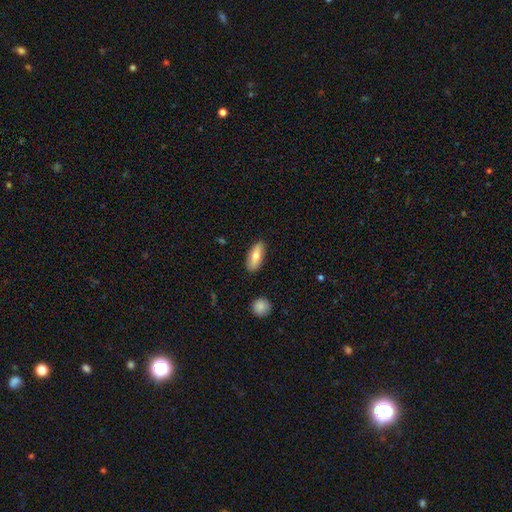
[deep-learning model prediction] Morphology: type=smooth (68%); roundness=in between (74%); merging=none (87%).